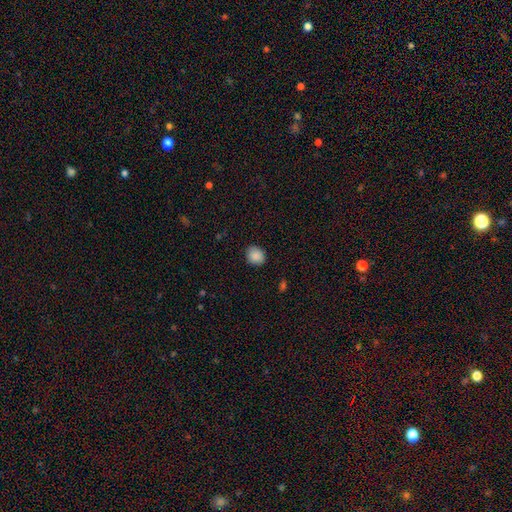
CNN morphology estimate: Smooth or featured? Predicted: smooth (p=0.88). How rounded? Predicted: round (p=0.60). Merging? Predicted: none (p=0.86).